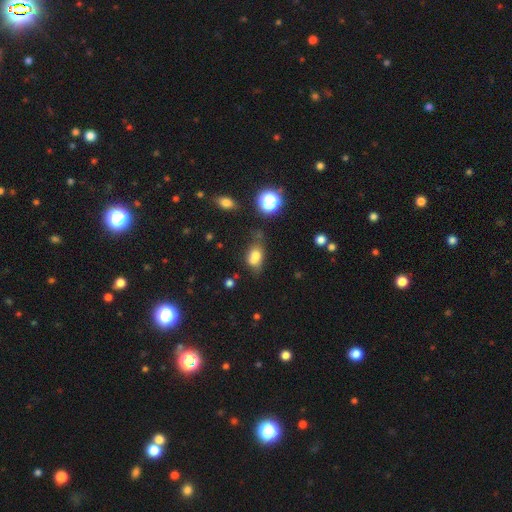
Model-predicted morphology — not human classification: Smooth or featured? smooth (71%)
How rounded? in between (75%)
Merging? none (40%)